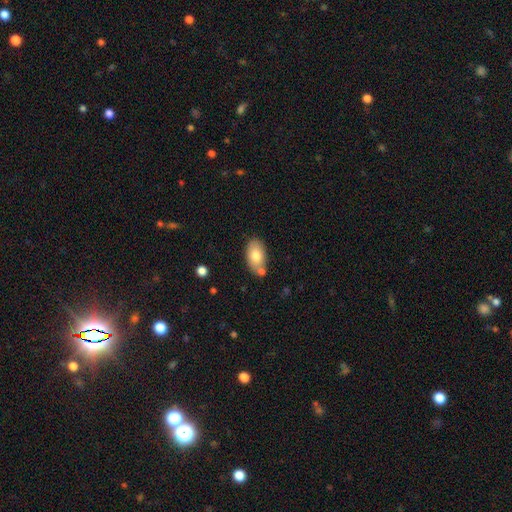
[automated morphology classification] Overall: smooth (78%). How rounded: in between (92%). Merging: none (66%).